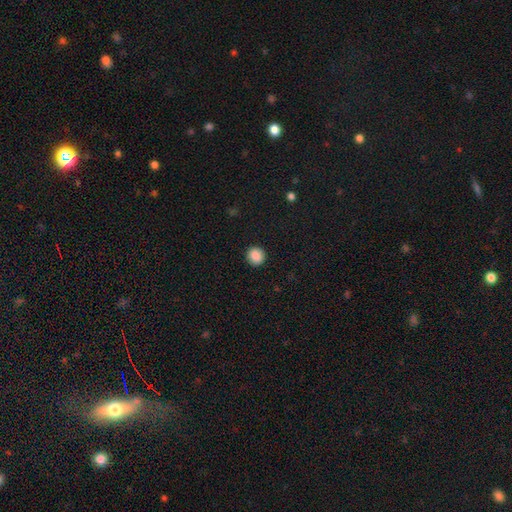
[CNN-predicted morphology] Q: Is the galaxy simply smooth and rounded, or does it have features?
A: smooth — 88%.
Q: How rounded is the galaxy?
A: round — 89%.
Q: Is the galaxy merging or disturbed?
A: none — 91%.